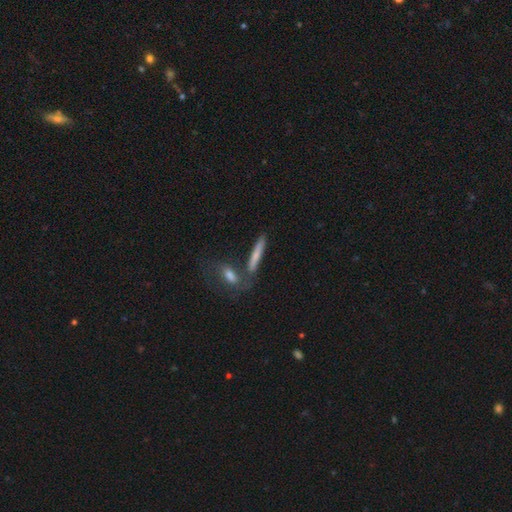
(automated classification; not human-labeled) Q: Smooth or featured?
A: smooth (64%); runner-up: featured or disk (28%)
Q: How rounded?
A: cigar-shaped (87%); runner-up: in between (10%)
Q: Merging?
A: none (67%); runner-up: merger (18%)